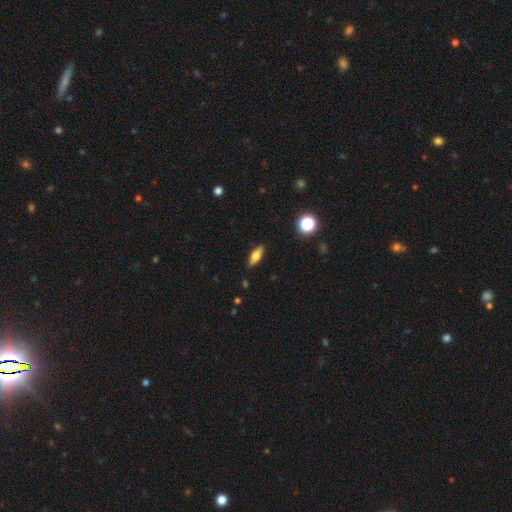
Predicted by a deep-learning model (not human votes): This appears to be a smooth galaxy with no disk features (62%) that is in between round and cigar-shaped (58%). Merging: none (88%).